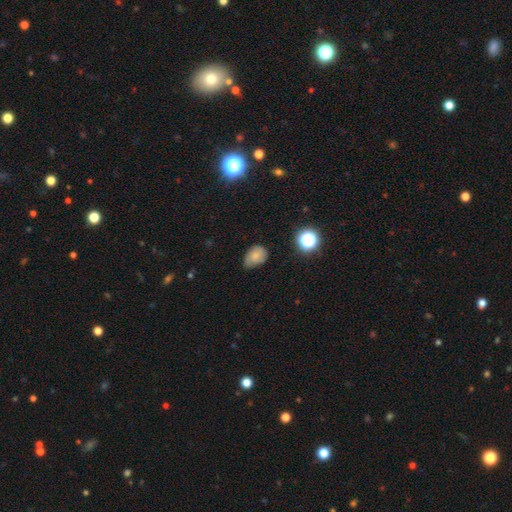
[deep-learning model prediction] smooth_or_featured: smooth (p=0.65) [alt: featured or disk p=0.22]
how_rounded: in between (p=0.67) [alt: round p=0.32]
merging: none (p=0.49) [alt: minor disturbance p=0.40]